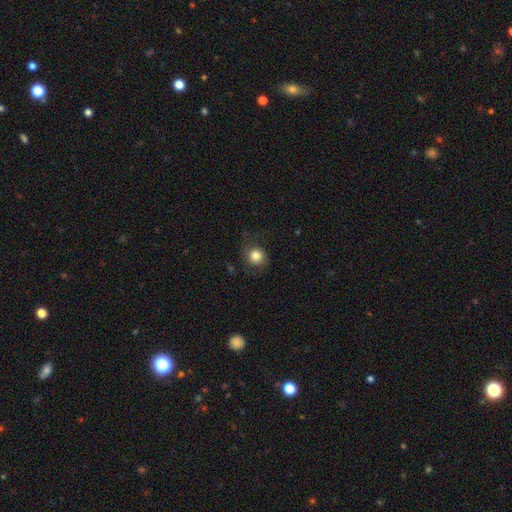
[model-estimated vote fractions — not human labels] Smooth or featured?
  - smooth: 80% *
  - featured or disk: 10%
  - star or artifact: 10%
How rounded?
  - round: 86% *
  - in between: 13%
  - cigar-shaped: 1%
Merging?
  - none: 72% *
  - minor disturbance: 17%
  - major disturbance: 10%
  - merger: 1%